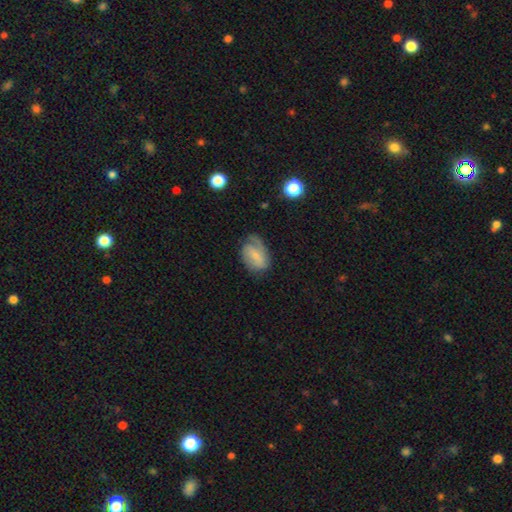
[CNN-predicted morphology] smooth_or_featured: featured or disk (p=0.49) [alt: smooth p=0.44]
merging: none (p=0.48) [alt: minor disturbance p=0.31]